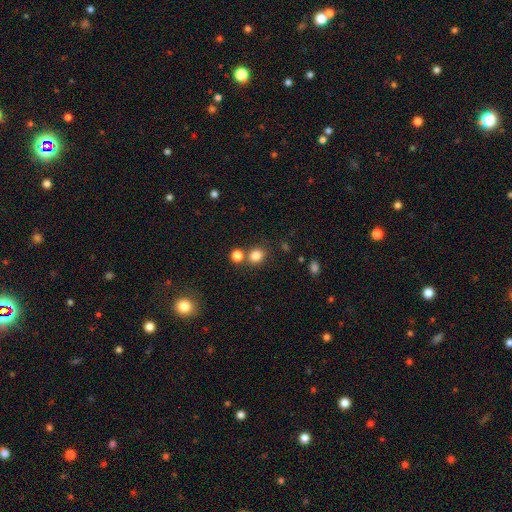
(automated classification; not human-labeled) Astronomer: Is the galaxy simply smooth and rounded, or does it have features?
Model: smooth — 82%.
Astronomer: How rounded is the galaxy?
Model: round — 73%.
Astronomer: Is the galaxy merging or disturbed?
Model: none — 67%.